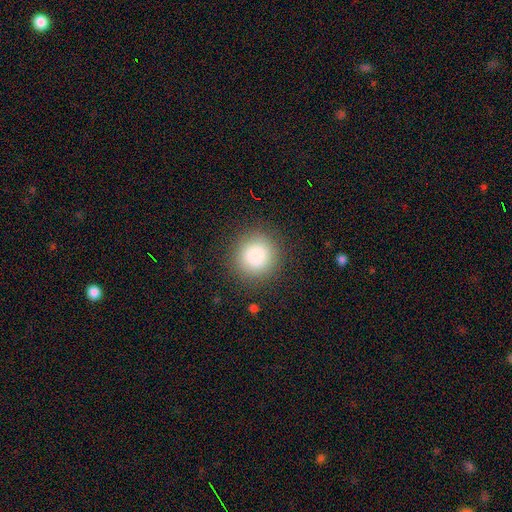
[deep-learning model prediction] Smooth or featured? smooth (85%)
How rounded? round (93%)
Merging? none (88%)